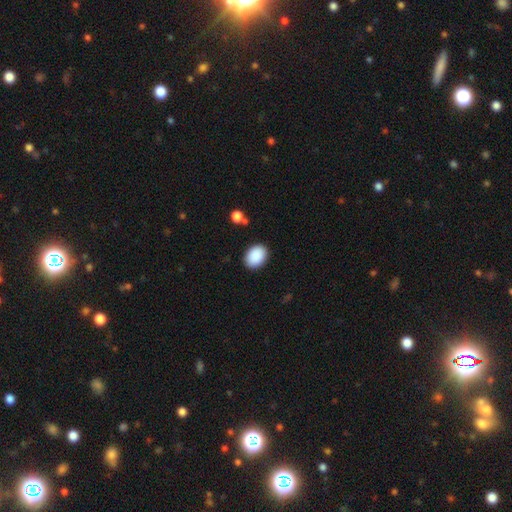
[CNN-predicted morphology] Q: Smooth or featured?
A: smooth (90%); runner-up: star or artifact (7%)
Q: How rounded?
A: in between (76%); runner-up: round (23%)
Q: Merging?
A: none (87%); runner-up: minor disturbance (9%)